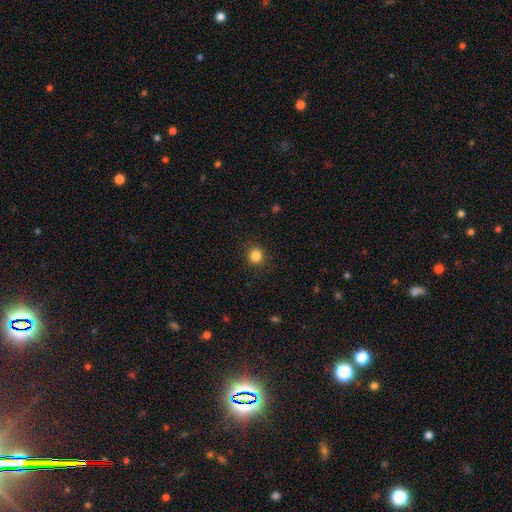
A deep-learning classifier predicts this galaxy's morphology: This is clearly a smooth galaxy (84%). How rounded: clearly round (92%). Merging: clearly none (91%).